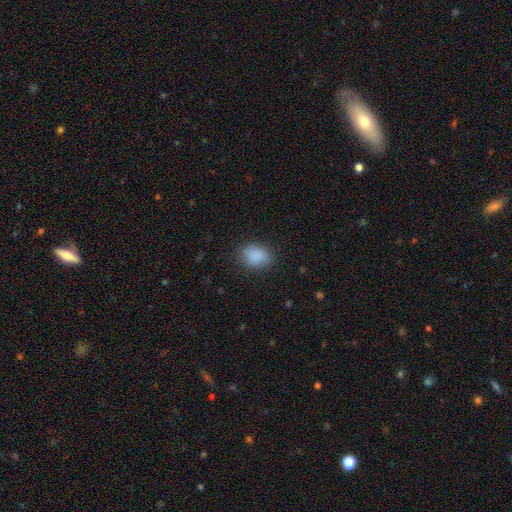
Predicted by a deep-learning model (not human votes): smooth 88%, star or artifact 8%, featured or disk 3%. Down the decision tree: how rounded — in between (62%); merging — none (84%).